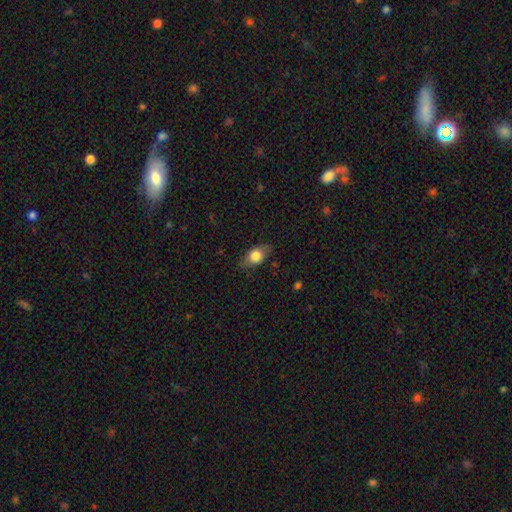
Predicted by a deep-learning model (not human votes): Smooth or featured?
  - smooth: 74% *
  - featured or disk: 18%
  - star or artifact: 8%
How rounded?
  - in between: 77% *
  - round: 19%
  - cigar-shaped: 4%
Merging?
  - none: 77% *
  - minor disturbance: 17%
  - major disturbance: 4%
  - merger: 1%